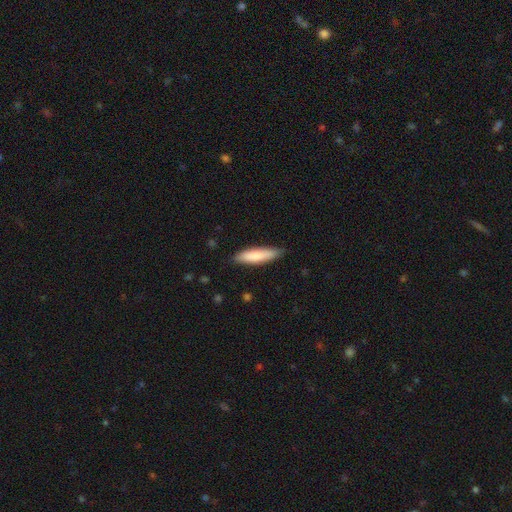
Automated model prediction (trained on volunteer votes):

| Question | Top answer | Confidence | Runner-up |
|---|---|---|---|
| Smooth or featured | smooth | 81% | featured or disk (14%) |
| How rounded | cigar-shaped | 73% | in between (26%) |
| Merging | none | 81% | minor disturbance (16%) |